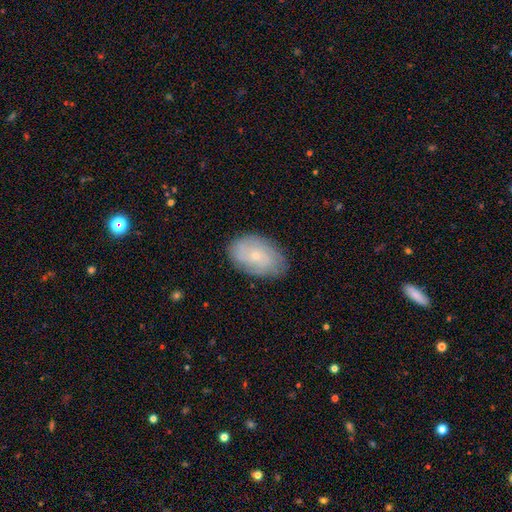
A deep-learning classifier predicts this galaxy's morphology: The model was most divided on "smooth or featured": featured or disk: 53%, smooth: 39%, star or artifact: 8%. More confident: edge-on disk — no (94%); bar — no (82%); bulge size — small (80%); merging — none (79%); spiral arms — yes (78%).